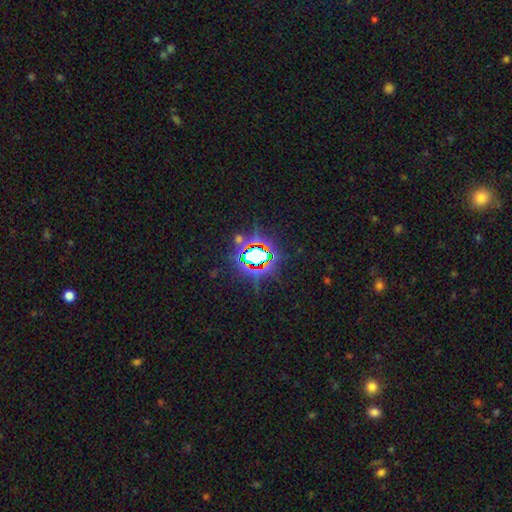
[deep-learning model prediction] Smooth or featured?
  - star or artifact: 76% *
  - smooth: 14%
  - featured or disk: 10%